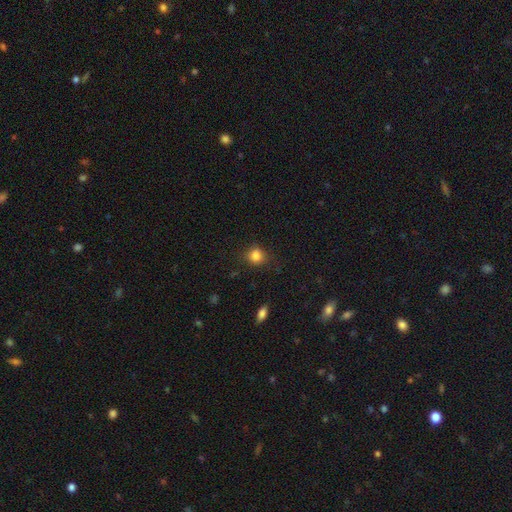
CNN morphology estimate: This is clearly a smooth galaxy (84%). How rounded: likely round (76%). Merging: likely none (77%).